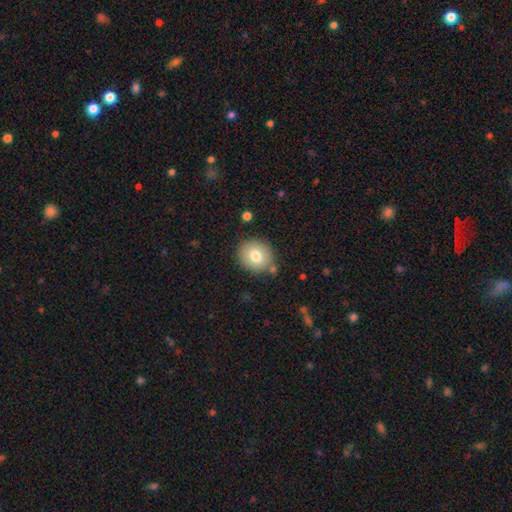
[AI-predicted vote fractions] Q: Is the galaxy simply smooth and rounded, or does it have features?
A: smooth — 76%.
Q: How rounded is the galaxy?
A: round — 73%.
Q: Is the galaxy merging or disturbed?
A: none — 82%.